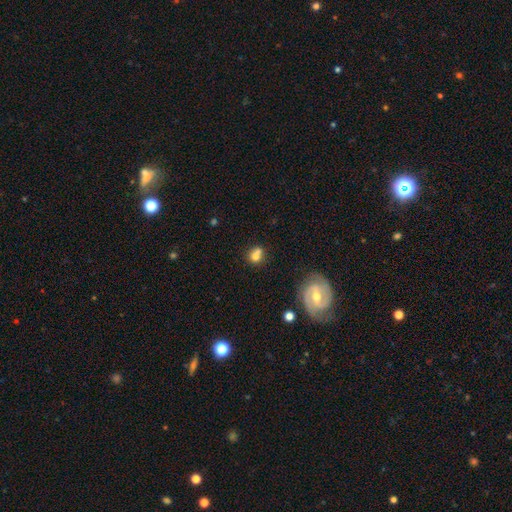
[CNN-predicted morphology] smooth_or_featured: smooth (p=0.71) [alt: featured or disk p=0.18]
how_rounded: round (p=0.71) [alt: in between p=0.27]
merging: merger (p=0.46) [alt: none p=0.39]